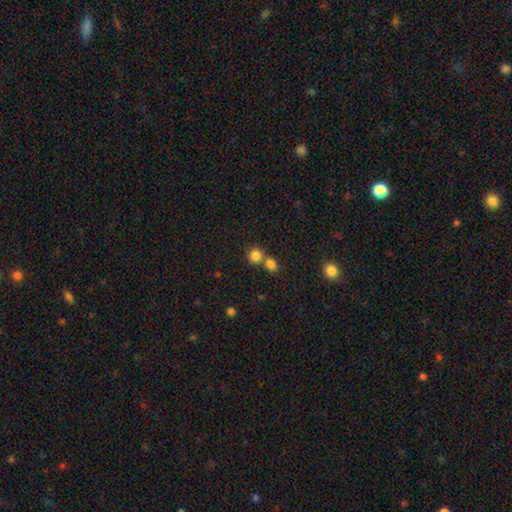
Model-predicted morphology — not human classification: Overall: smooth (83%). How rounded: round (86%). Merging: none (51%; merger 40%).